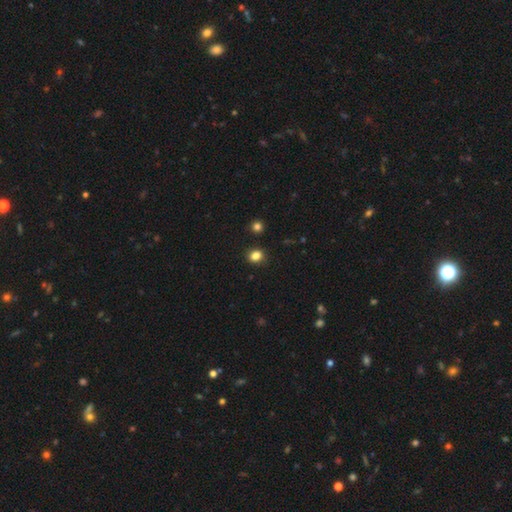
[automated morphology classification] Smooth or featured: smooth — 84% (star or artifact — 12%)
How rounded: round — 59% (in between — 40%)
Merging: none — 85% (minor disturbance — 10%)